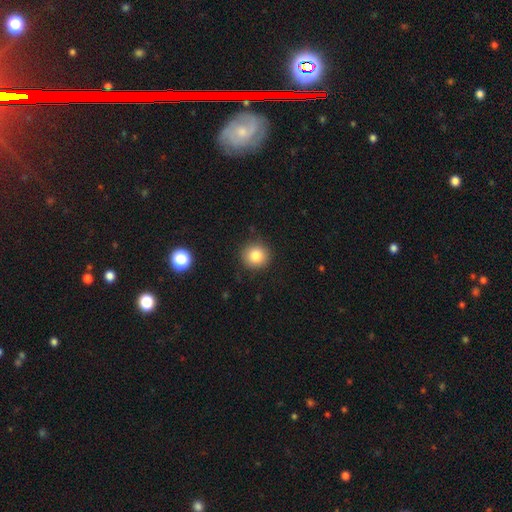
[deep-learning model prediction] Smooth or featured: smooth — 82% (star or artifact — 11%)
How rounded: round — 91% (in between — 8%)
Merging: none — 89% (minor disturbance — 7%)